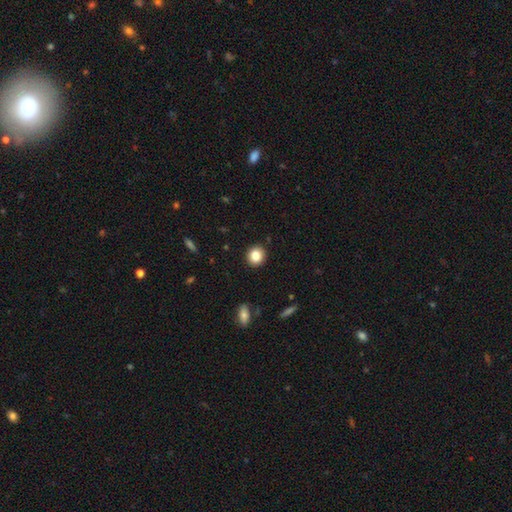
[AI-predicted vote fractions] The model was most divided on "how rounded": round: 82%, in between: 17%, cigar-shaped: 1%. More confident: merging — none (91%); smooth or featured — smooth (85%).